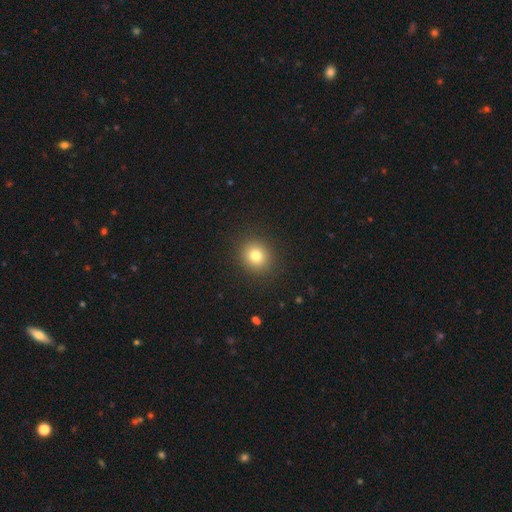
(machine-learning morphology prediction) Smooth or featured?
  - smooth: 80% *
  - star or artifact: 12%
  - featured or disk: 8%
How rounded?
  - round: 85% *
  - in between: 14%
  - cigar-shaped: 1%
Merging?
  - none: 91% *
  - minor disturbance: 6%
  - major disturbance: 2%
  - merger: 1%